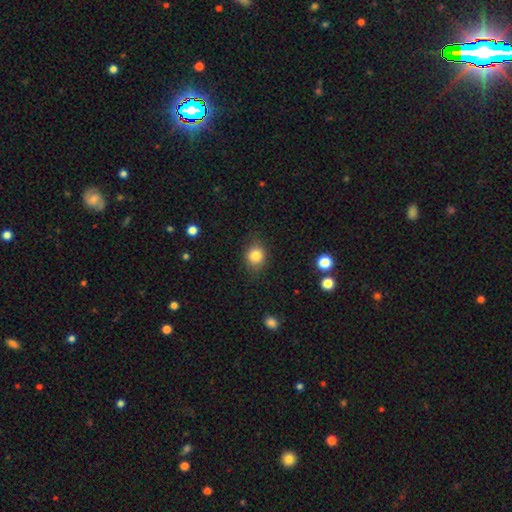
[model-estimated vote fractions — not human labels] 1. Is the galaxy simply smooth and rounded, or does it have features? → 83% smooth, 10% star or artifact, 7% featured or disk.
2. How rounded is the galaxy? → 69% round, 30% in between, 1% cigar-shaped.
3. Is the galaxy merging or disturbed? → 82% none, 13% minor disturbance, 3% major disturbance, 1% merger.